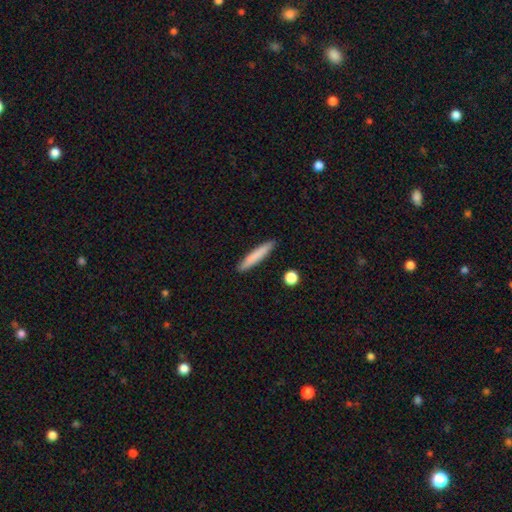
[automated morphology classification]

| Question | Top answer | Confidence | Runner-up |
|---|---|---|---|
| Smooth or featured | smooth | 79% | featured or disk (15%) |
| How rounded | cigar-shaped | 94% | in between (5%) |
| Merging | none | 90% | minor disturbance (7%) |